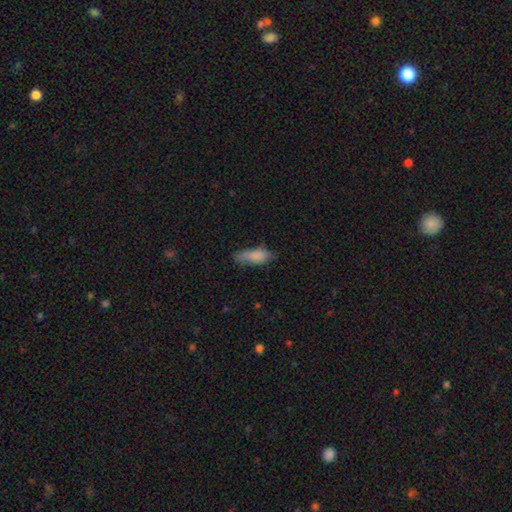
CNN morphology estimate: The model was most divided on "merging": none: 59%, minor disturbance: 30%, major disturbance: 8%, merger: 3%. More confident: smooth or featured — smooth (81%); how rounded — in between (64%).